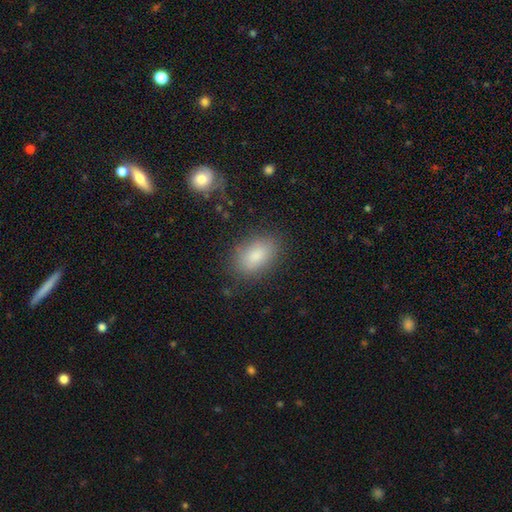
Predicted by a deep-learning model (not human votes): Morphology: type=smooth (84%); roundness=in between (88%); merging=none (80%).